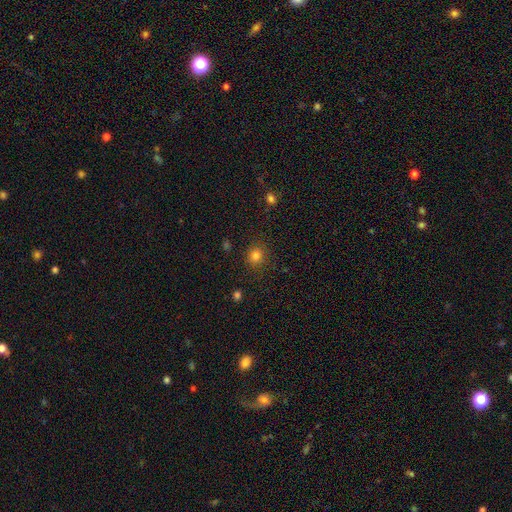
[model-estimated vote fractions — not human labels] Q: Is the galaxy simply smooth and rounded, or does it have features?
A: smooth — 82%.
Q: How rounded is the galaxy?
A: round — 85%.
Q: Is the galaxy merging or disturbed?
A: none — 86%.